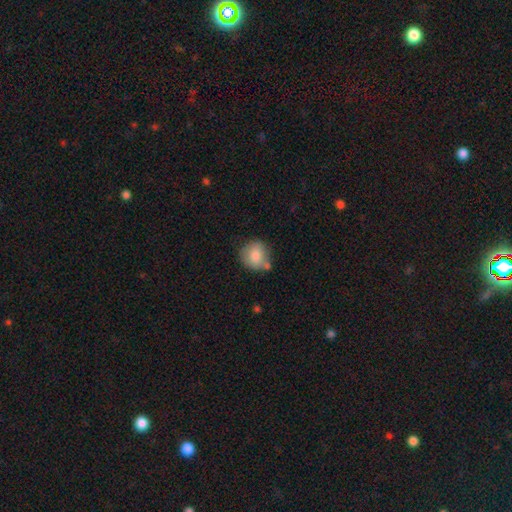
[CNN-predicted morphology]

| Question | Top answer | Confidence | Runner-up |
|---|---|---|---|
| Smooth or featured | smooth | 81% | featured or disk (12%) |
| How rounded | round | 86% | in between (13%) |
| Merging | none | 60% | minor disturbance (20%) |